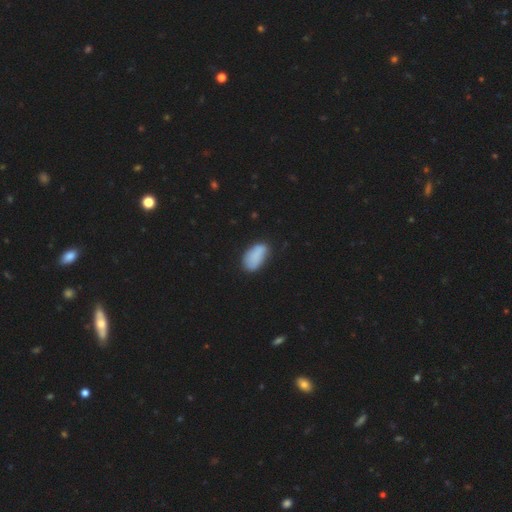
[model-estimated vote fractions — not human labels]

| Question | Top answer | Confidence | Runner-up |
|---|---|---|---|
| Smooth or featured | smooth | 82% | featured or disk (10%) |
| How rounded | in between | 92% | round (4%) |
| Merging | none | 62% | minor disturbance (28%) |